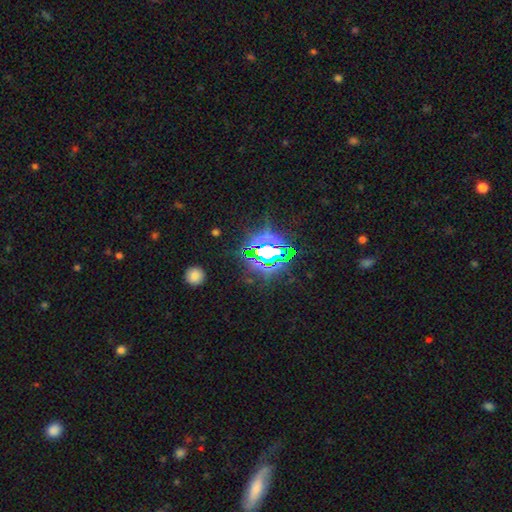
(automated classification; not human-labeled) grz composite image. It shows a star or artifact, not a galaxy (79%).